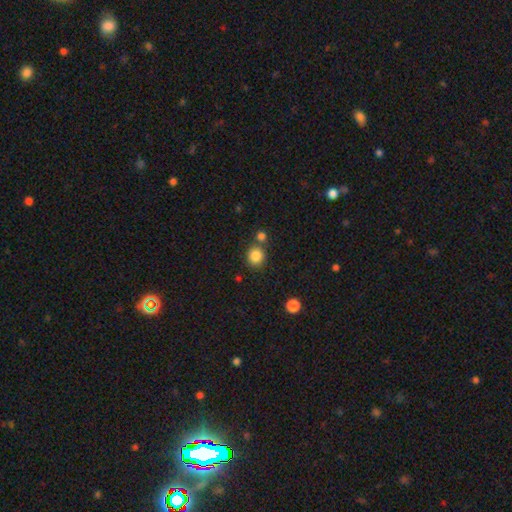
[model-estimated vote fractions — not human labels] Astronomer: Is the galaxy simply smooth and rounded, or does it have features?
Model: smooth — 85%.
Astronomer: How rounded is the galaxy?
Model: round — 86%.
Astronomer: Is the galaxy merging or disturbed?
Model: none — 70%.